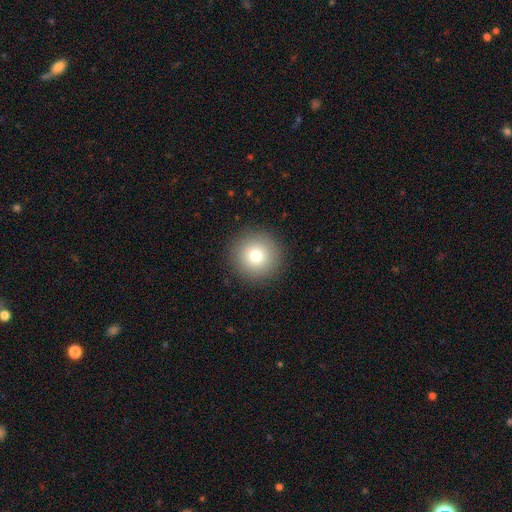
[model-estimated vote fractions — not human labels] This is likely a smooth galaxy (77%). How rounded: clearly round (96%). Merging: clearly none (91%).